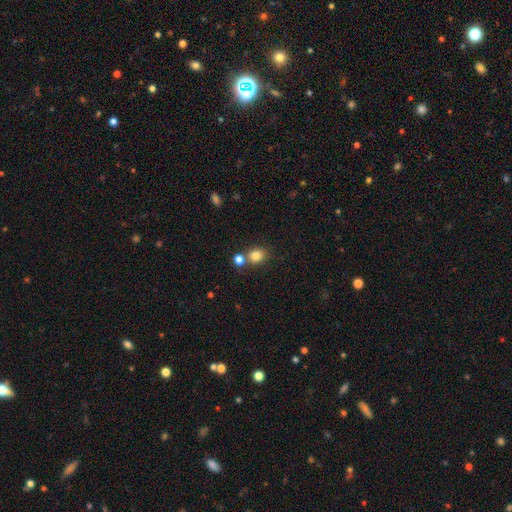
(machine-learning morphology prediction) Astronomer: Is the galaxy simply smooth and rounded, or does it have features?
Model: smooth — 82%.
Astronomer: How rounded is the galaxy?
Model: round — 66%.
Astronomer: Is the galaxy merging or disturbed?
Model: none — 63%.